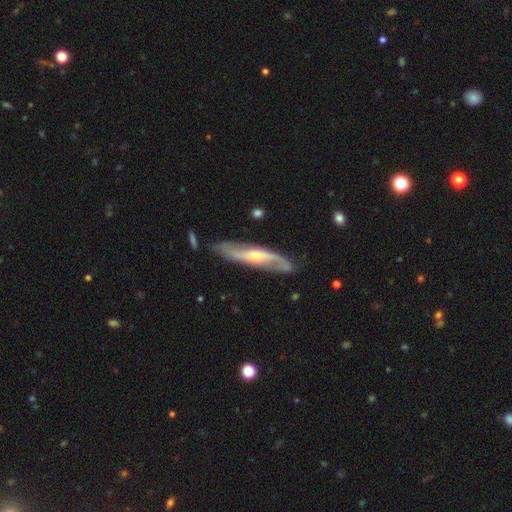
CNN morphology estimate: Overall: featured or disk (78%). Edge-on disk: no (66%; yes 34%). Bar: no (46%; weak 36%). Spiral arms: yes (91%). Bulge size: small (53%; moderate 41%). Merging: none (73%).